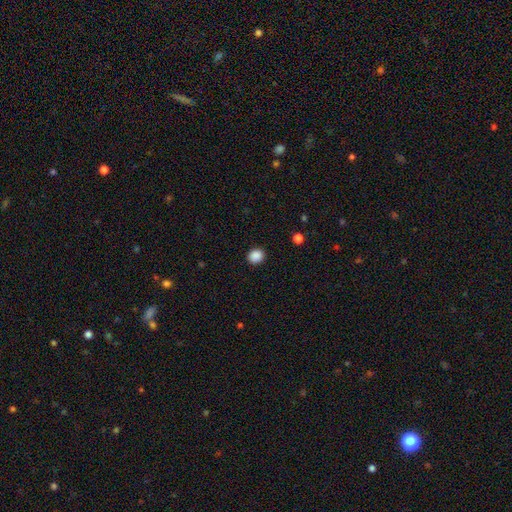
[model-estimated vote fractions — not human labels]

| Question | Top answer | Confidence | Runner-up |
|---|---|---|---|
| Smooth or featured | smooth | 88% | star or artifact (10%) |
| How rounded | round | 73% | in between (26%) |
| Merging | none | 90% | minor disturbance (7%) |